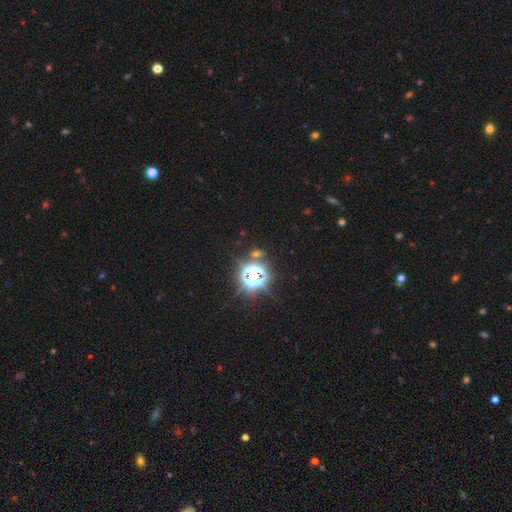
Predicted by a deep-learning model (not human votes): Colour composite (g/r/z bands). It shows a star or artifact, not a galaxy (77%).